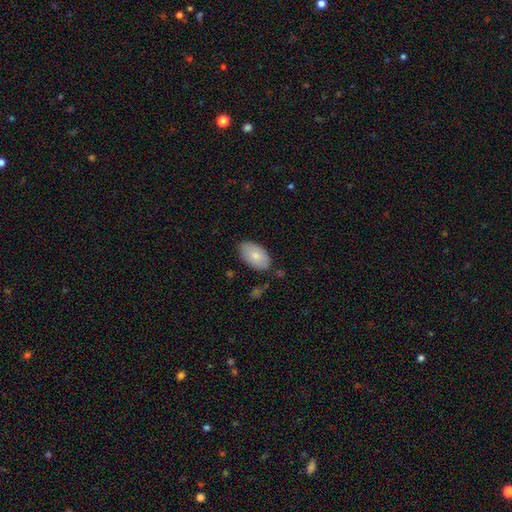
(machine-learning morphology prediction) The model was most divided on "merging": none: 78%, minor disturbance: 17%, major disturbance: 3%, merger: 2%. More confident: how rounded — in between (94%); smooth or featured — smooth (79%).